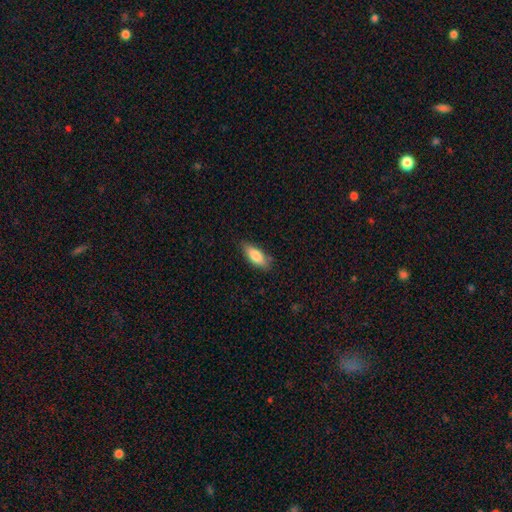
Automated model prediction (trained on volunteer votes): Smooth or featured? smooth (82%)
How rounded? in between (74%)
Merging? none (80%)